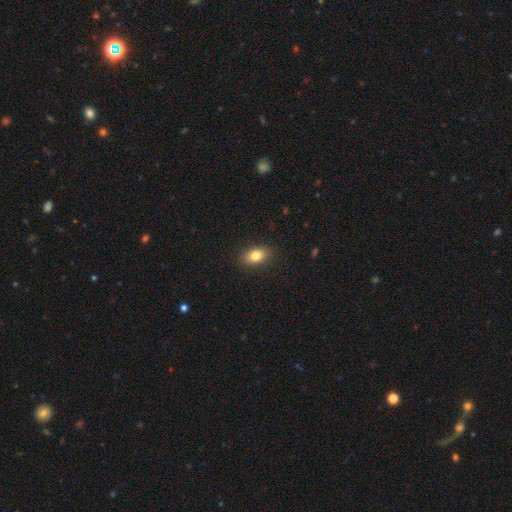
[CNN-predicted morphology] Q: Smooth or featured?
A: smooth (82%); runner-up: featured or disk (10%)
Q: How rounded?
A: in between (87%); runner-up: round (10%)
Q: Merging?
A: none (88%); runner-up: minor disturbance (8%)